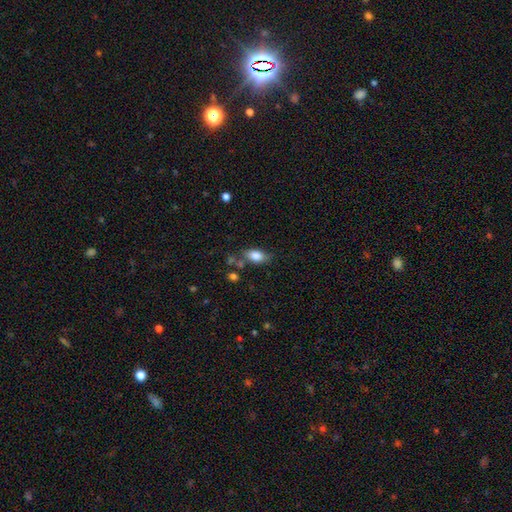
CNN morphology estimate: This is clearly a smooth galaxy (82%). How rounded: clearly in between (87%). Merging: likely none (63%).